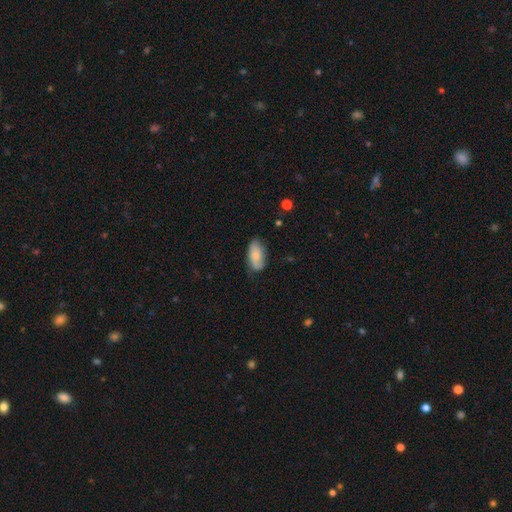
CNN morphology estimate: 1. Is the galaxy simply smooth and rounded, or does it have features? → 76% smooth, 17% featured or disk, 6% star or artifact.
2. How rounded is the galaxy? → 92% in between, 5% cigar-shaped, 3% round.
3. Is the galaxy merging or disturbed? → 65% none, 27% minor disturbance, 6% major disturbance, 2% merger.